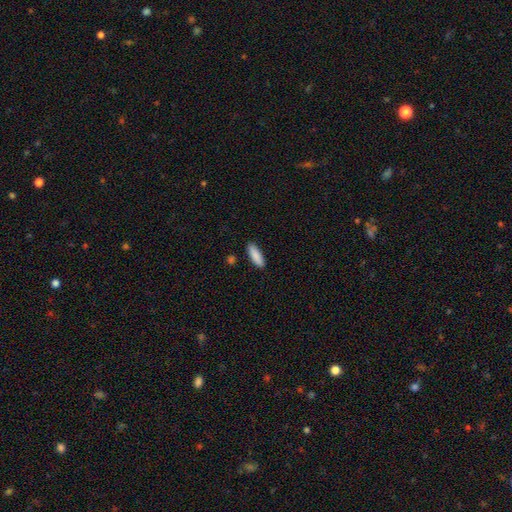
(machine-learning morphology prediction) Smooth or featured?
  - smooth: 89% *
  - star or artifact: 6%
  - featured or disk: 6%
How rounded?
  - in between: 55% *
  - cigar-shaped: 43%
  - round: 2%
Merging?
  - none: 88% *
  - minor disturbance: 8%
  - merger: 2%
  - major disturbance: 2%